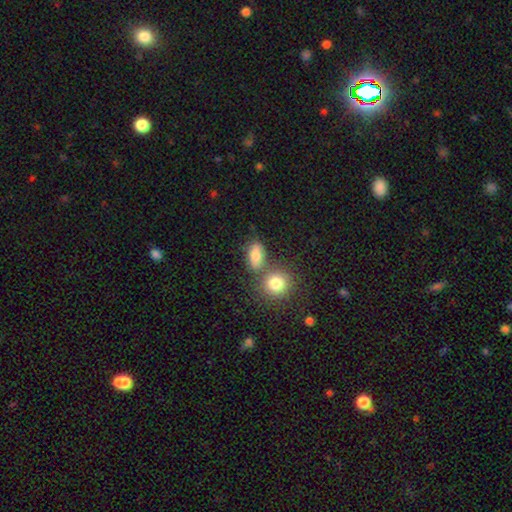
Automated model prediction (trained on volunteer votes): Smooth or featured? smooth (80%)
How rounded? in between (75%)
Merging? none (59%)